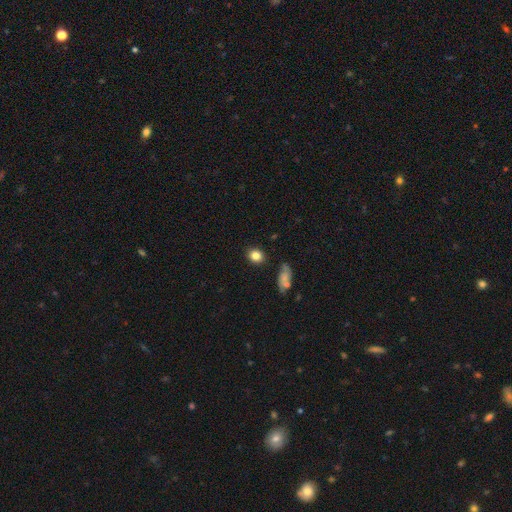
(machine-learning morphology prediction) type=smooth (83%); roundness=round (65%); merging=none (85%).